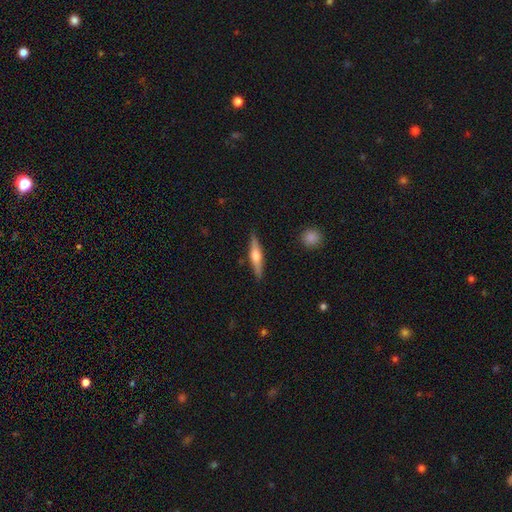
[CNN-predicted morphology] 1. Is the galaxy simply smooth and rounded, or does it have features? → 59% featured or disk, 36% smooth, 6% star or artifact.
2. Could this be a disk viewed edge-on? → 96% yes, 4% no.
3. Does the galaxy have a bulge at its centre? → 90% rounded, 7% boxy, 3% none.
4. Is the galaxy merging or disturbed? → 88% none, 8% minor disturbance, 2% major disturbance, 1% merger.